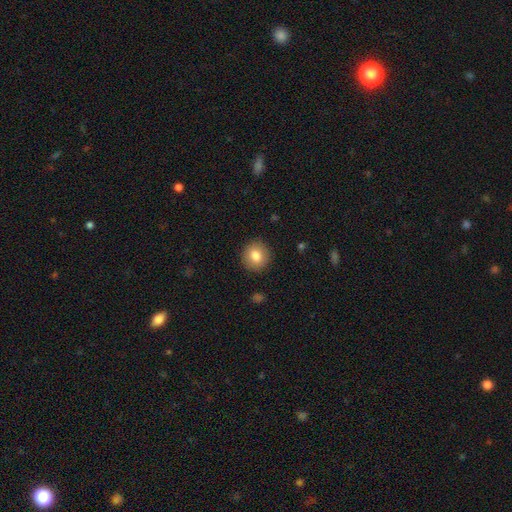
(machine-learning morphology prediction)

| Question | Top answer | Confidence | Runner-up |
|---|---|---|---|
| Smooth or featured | smooth | 82% | featured or disk (9%) |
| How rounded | round | 86% | in between (13%) |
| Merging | none | 90% | minor disturbance (7%) |